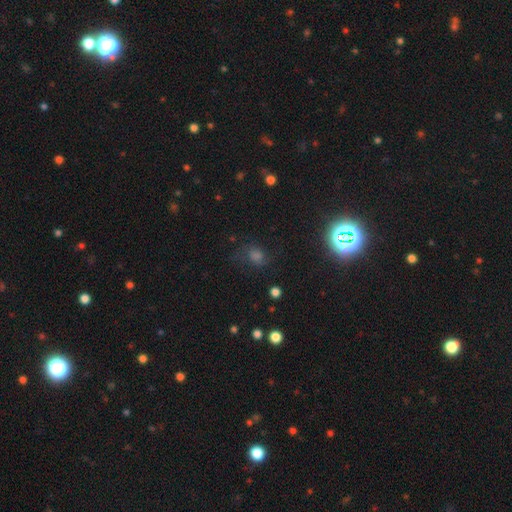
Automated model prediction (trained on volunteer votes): Morphology: type=smooth (44%, tied with star or artifact); merging=none (67%).